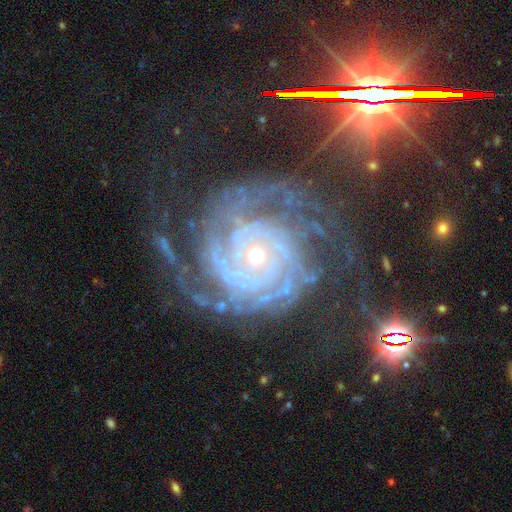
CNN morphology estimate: A featured or disk galaxy (89%) with no bar (76%), 2 (22%) tight (76%) spiral arms (98%) and a small central bulge (60%). Merging: none (61%).